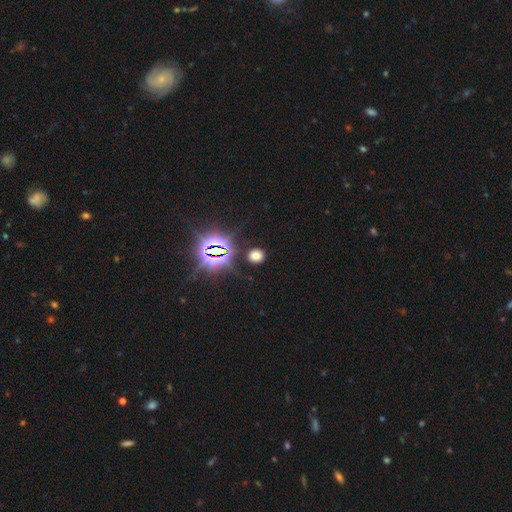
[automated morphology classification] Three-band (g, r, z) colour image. It shows a smooth galaxy with no disk features (63%) that is round (80%). Merging: none (87%).